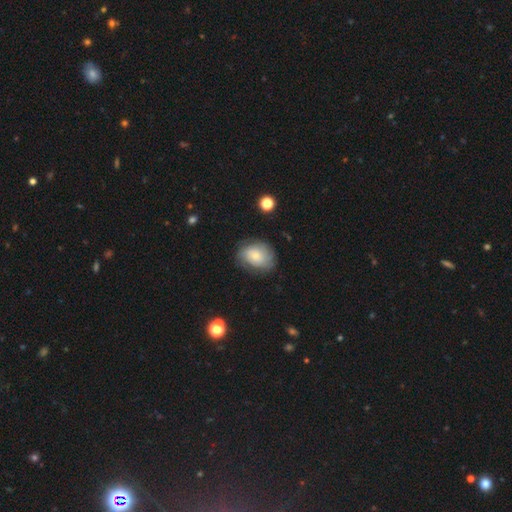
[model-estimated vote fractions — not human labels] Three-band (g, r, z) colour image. It shows a smooth galaxy with no disk features (60%) that is in between round and cigar-shaped (58%). Merging: none (69%).